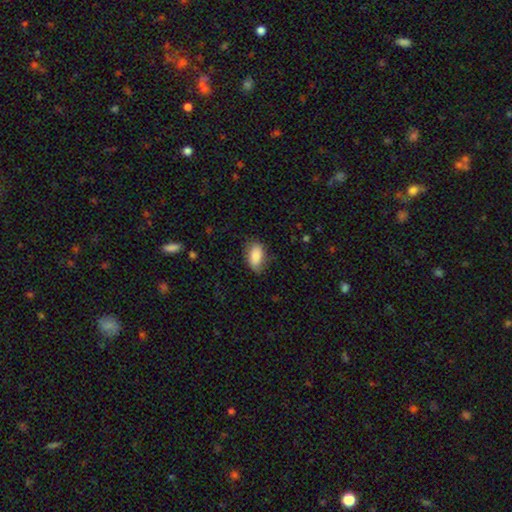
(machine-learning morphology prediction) A smooth galaxy with no disk features (85%) that is in between round and cigar-shaped (91%). Merging: none (72%).